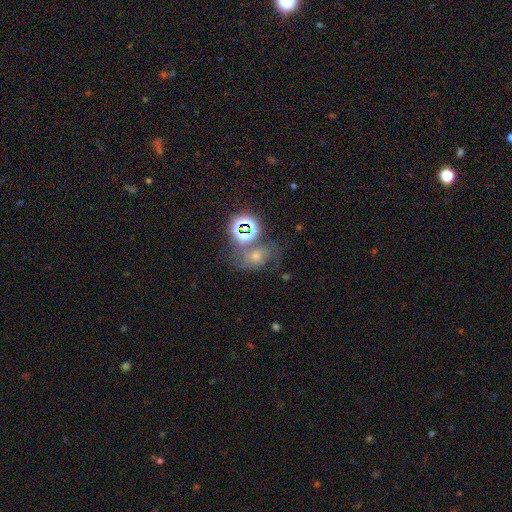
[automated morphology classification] Q: Smooth or featured?
A: star or artifact (42%); runner-up: featured or disk (33%)